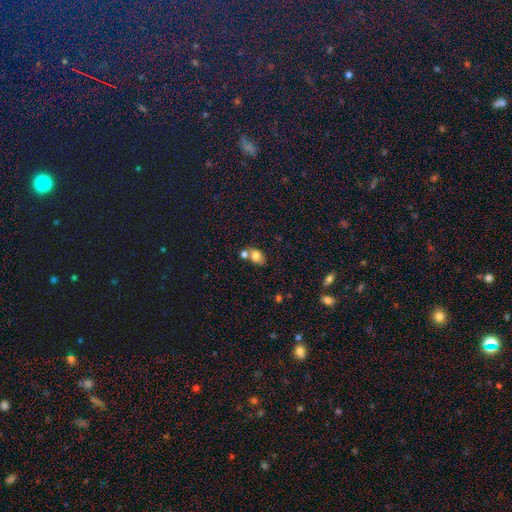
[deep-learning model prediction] Morphology: type=smooth (78%); roundness=in between (68%); merging=none (46%).